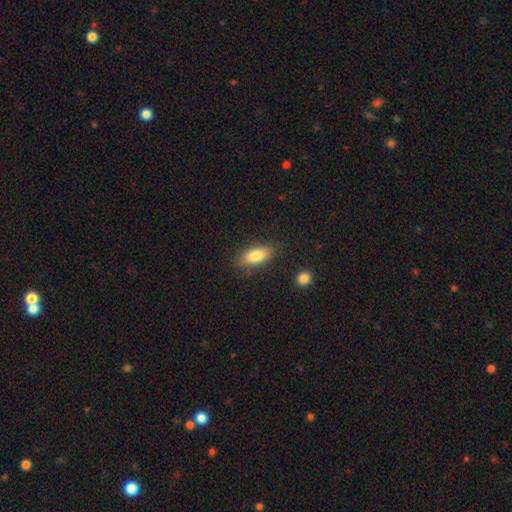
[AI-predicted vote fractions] Morphology: type=smooth (82%); roundness=in between (81%); merging=none (84%).